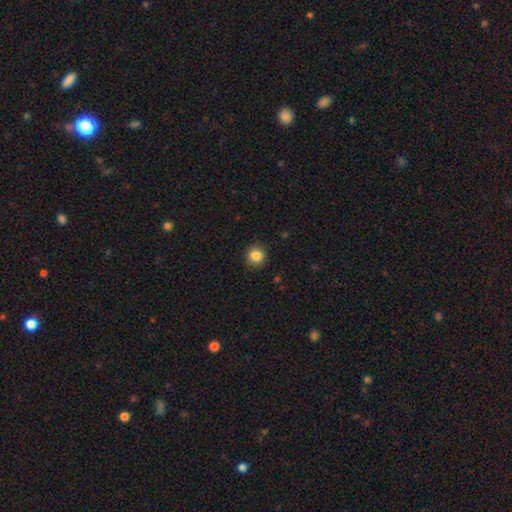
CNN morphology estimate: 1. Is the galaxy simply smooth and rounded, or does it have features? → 85% smooth, 10% star or artifact, 5% featured or disk.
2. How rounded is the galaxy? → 91% round, 8% in between, 1% cigar-shaped.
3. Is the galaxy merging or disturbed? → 90% none, 7% minor disturbance, 2% major disturbance, 1% merger.